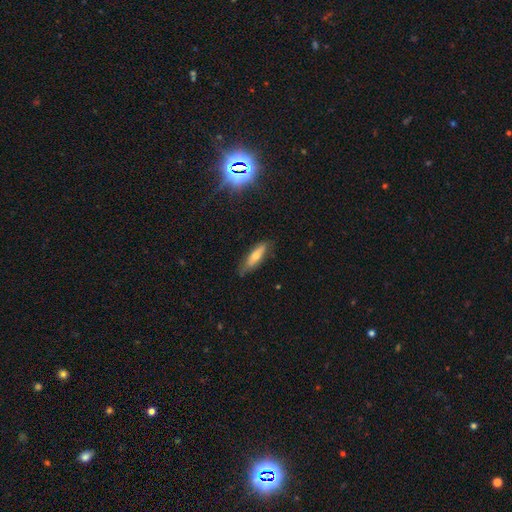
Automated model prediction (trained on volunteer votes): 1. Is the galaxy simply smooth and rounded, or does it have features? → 55% smooth, 37% featured or disk, 8% star or artifact.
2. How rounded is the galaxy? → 62% cigar-shaped, 35% in between, 2% round.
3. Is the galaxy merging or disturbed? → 76% none, 19% minor disturbance, 4% major disturbance, 1% merger.